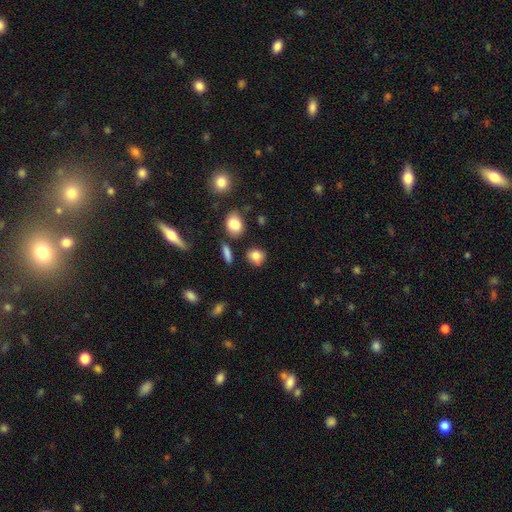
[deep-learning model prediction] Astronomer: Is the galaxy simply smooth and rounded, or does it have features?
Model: smooth — 81%.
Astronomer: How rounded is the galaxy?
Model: round — 65%.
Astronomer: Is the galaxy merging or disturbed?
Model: none — 75%.